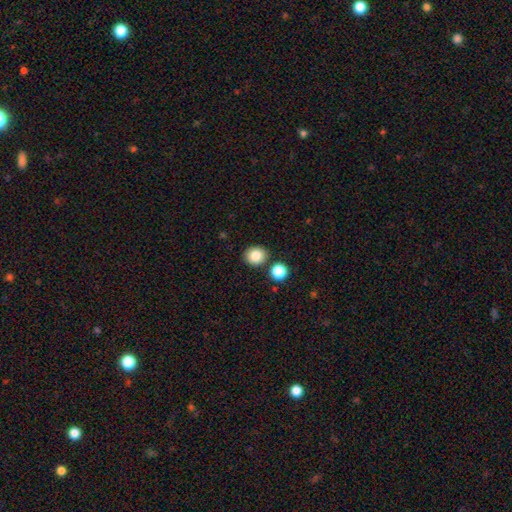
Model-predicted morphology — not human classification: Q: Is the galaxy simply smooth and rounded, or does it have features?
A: smooth — 85%.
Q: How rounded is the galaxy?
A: round — 77%.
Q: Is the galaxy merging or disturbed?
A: none — 83%.